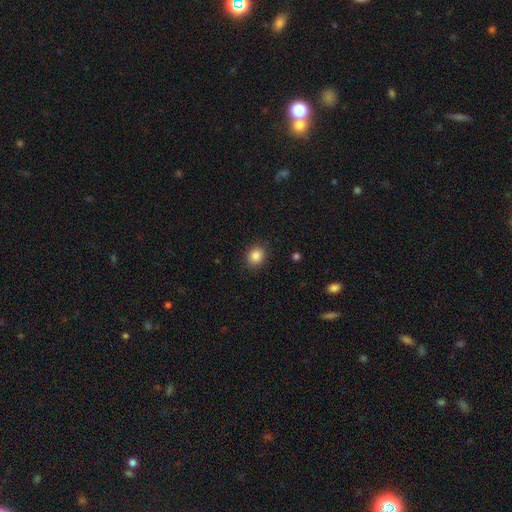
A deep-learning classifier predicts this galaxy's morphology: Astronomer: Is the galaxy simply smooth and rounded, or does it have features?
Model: smooth — 86%.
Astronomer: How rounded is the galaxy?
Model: round — 62% (runner-up: in between, 37%).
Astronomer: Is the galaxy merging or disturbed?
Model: none — 89%.